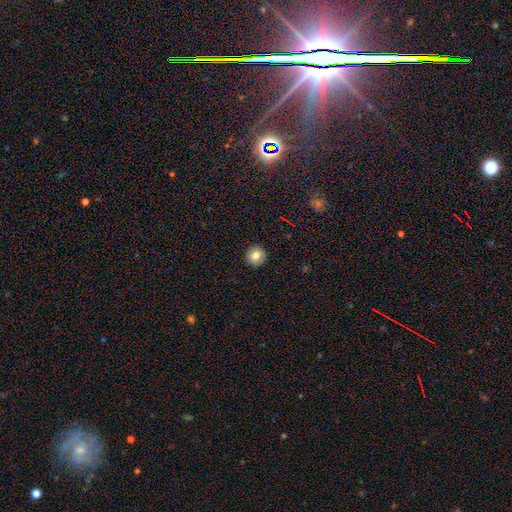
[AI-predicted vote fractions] Smooth or featured? Predicted: smooth (p=0.81). How rounded? Predicted: round (p=0.94). Merging? Predicted: none (p=0.92).